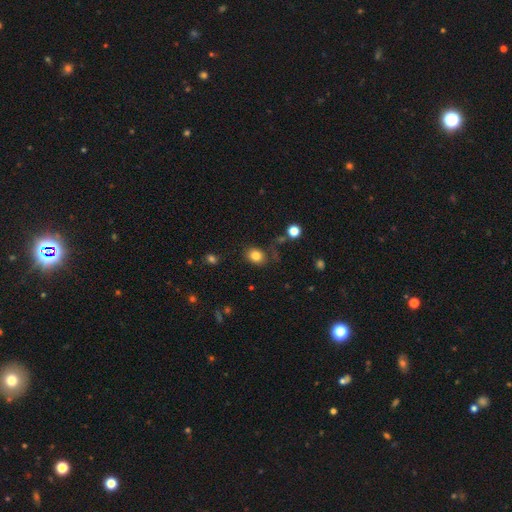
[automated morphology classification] type=smooth (82%); roundness=round (54%); merging=none (75%).